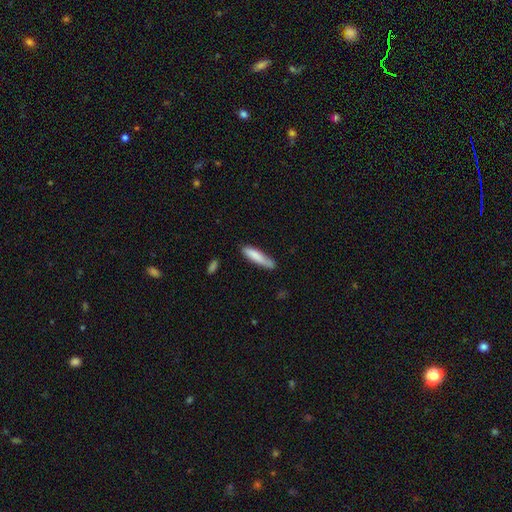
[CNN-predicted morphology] A smooth galaxy with no disk features (81%) that is cigar-shaped (83%). Merging: none (66%).